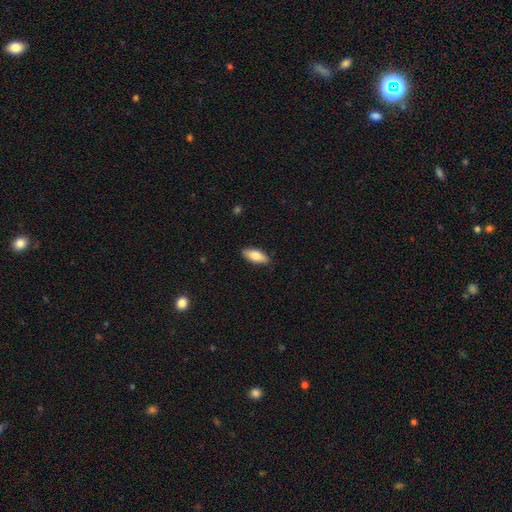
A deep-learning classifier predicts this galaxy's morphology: This is clearly a smooth galaxy (82%). How rounded: likely in between (78%). Merging: clearly none (86%).